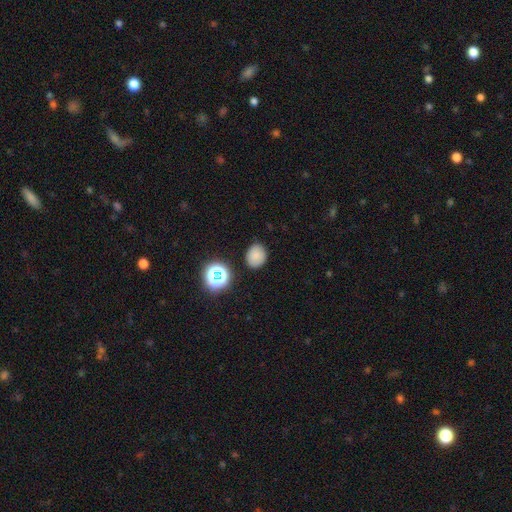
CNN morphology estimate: This appears to be a smooth galaxy with no disk features (80%) that is round (55%). Merging: none (85%).